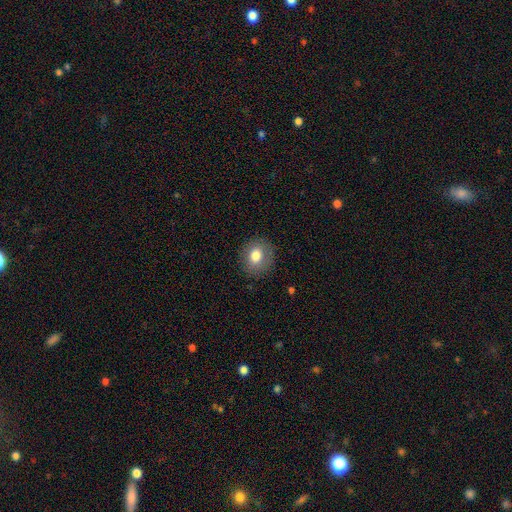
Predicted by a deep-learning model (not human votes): Morphology: type=smooth (78%); roundness=round (71%); merging=none (85%).